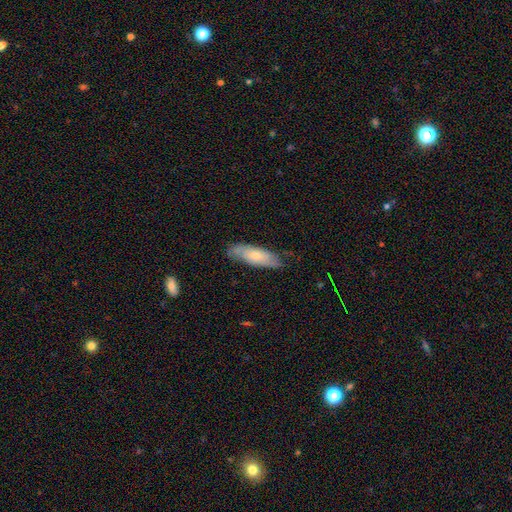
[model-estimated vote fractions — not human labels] smooth-or-featured: smooth: 59% | featured or disk: 35% | star or artifact: 6%
  how-rounded: in between: 56% | cigar-shaped: 42% | round: 2%
  merging: none: 74% | minor disturbance: 21% | major disturbance: 4% | merger: 1%